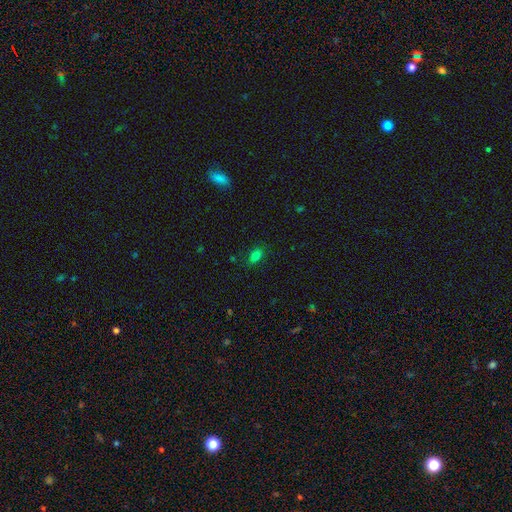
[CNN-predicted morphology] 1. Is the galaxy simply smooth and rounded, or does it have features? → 78% smooth, 15% star or artifact, 7% featured or disk.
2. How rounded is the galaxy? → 82% in between, 15% round, 3% cigar-shaped.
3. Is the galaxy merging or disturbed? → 84% none, 12% minor disturbance, 3% major disturbance, 1% merger.